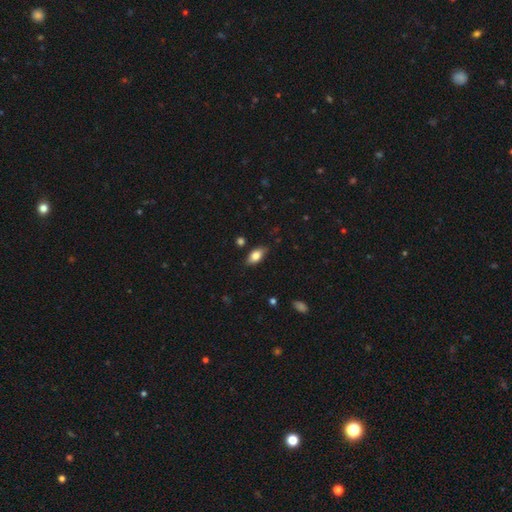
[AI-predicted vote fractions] The model was most divided on "smooth or featured": smooth: 78%, featured or disk: 15%, star or artifact: 7%. More confident: how rounded — in between (88%); merging — none (81%).